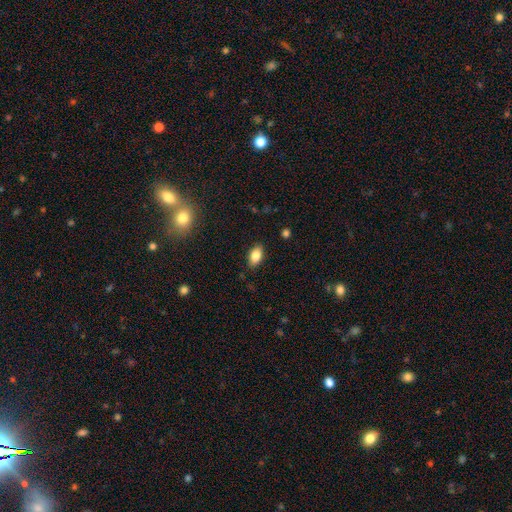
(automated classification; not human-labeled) A smooth galaxy with no disk features (84%) that is in between round and cigar-shaped (90%).

Vote fractions:
- Smooth or featured? smooth: 84% / star or artifact: 8% / featured or disk: 8%
- How rounded? in between: 90% / round: 7% / cigar-shaped: 3%
- Merging? none: 87% / minor disturbance: 10% / major disturbance: 2% / merger: 1%